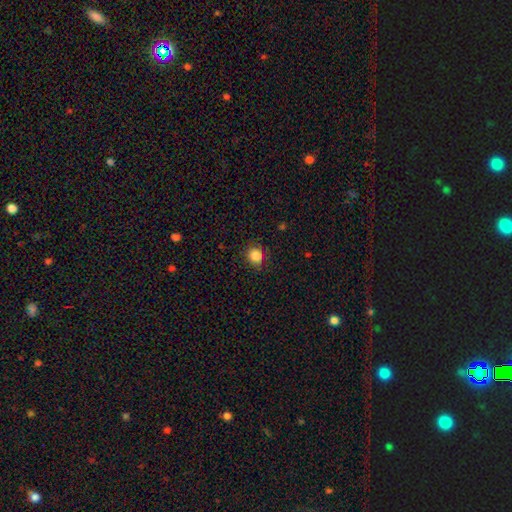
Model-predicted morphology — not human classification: Smooth or featured?
  - smooth: 85% *
  - star or artifact: 11%
  - featured or disk: 5%
How rounded?
  - round: 77% *
  - in between: 22%
  - cigar-shaped: 1%
Merging?
  - none: 82% *
  - minor disturbance: 14%
  - major disturbance: 3%
  - merger: 1%